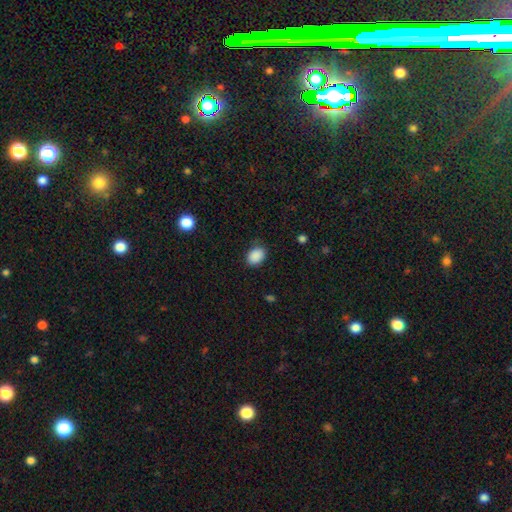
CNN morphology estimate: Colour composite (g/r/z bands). It shows a smooth galaxy with no disk features (89%) that is in between round and cigar-shaped (72%). Merging: none (82%).